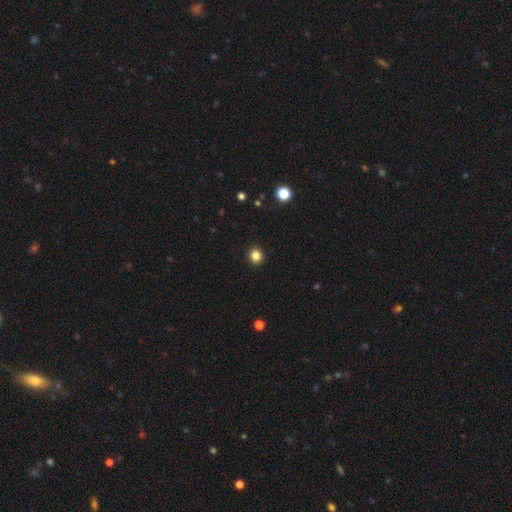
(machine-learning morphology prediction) smooth 84%, star or artifact 12%, featured or disk 4%. Down the decision tree: how rounded — round (88%); merging — none (93%).